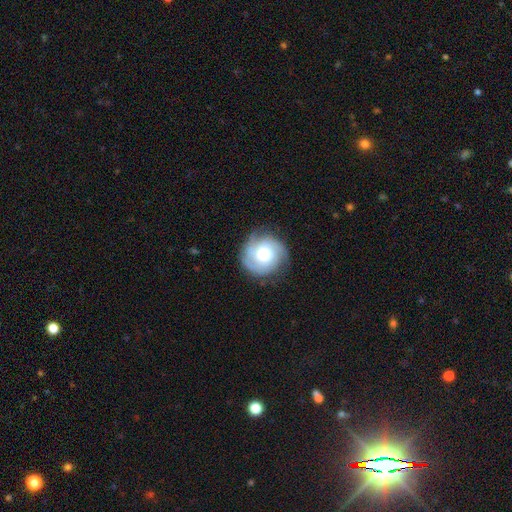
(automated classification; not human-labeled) A featured or disk galaxy (70%) with no bar (76%), 3 (45%) tight (59%) spiral arms (94%) and a moderate central bulge (66%). Merging: none (79%).